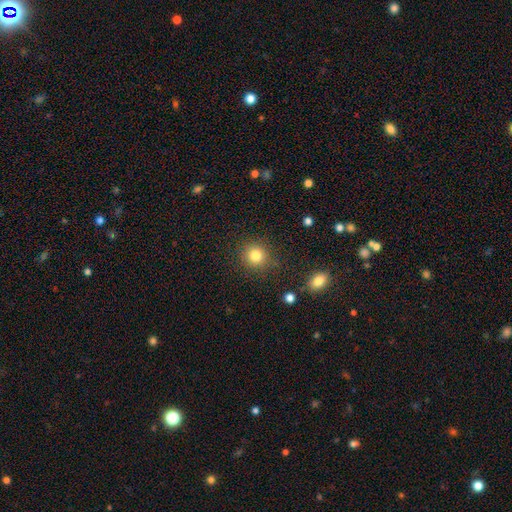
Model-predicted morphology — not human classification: smooth_or_featured: smooth (p=0.83) [alt: star or artifact p=0.12]
how_rounded: round (p=0.90) [alt: in between p=0.10]
merging: none (p=0.86) [alt: minor disturbance p=0.08]